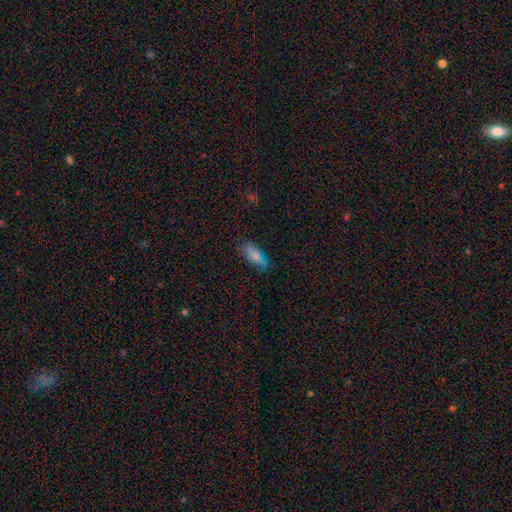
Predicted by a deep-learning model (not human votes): This appears to be a smooth galaxy with no disk features (74%) that is in between round and cigar-shaped (74%). Merging: none (68%).